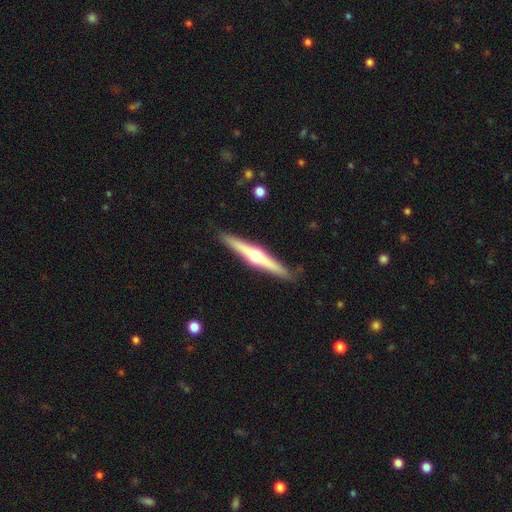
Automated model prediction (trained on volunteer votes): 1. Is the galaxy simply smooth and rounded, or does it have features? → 71% featured or disk, 24% smooth, 5% star or artifact.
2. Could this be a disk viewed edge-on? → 98% yes, 2% no.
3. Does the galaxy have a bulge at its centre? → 93% rounded, 4% boxy, 4% none.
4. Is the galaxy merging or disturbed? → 90% none, 7% minor disturbance, 2% major disturbance, 1% merger.